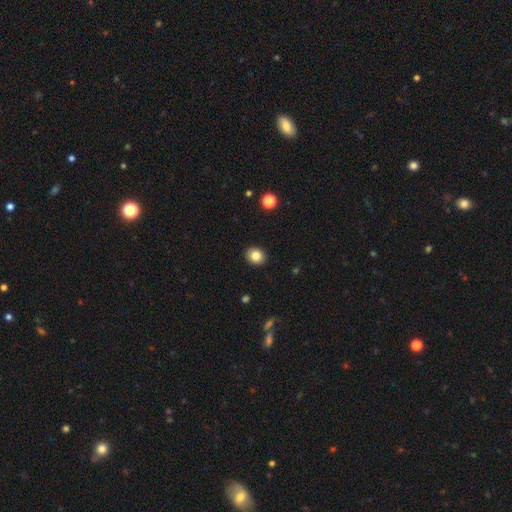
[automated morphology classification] A smooth galaxy with no disk features (83%) that is round (66%). Merging: none (91%).